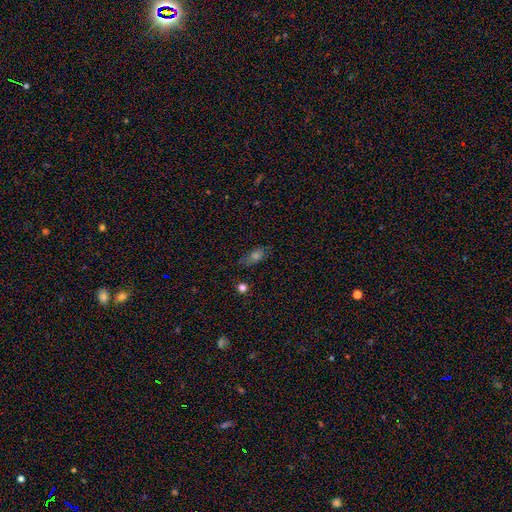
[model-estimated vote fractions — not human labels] Smooth or featured? Predicted: smooth (p=0.56). How rounded? Predicted: in between (p=0.71). Merging? Predicted: none (p=0.71).